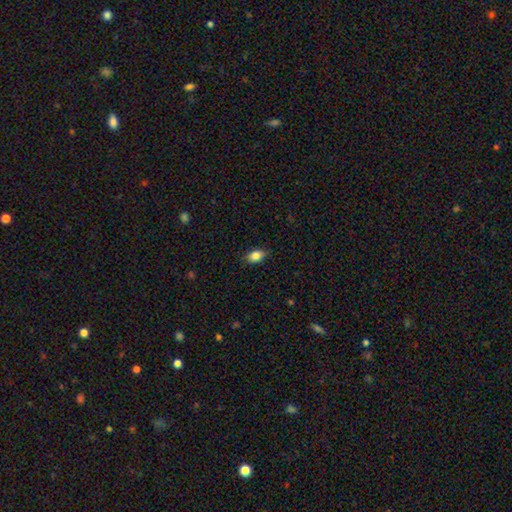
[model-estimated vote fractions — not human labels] A smooth galaxy with no disk features (85%) that is in between round and cigar-shaped (86%). Merging: none (85%).